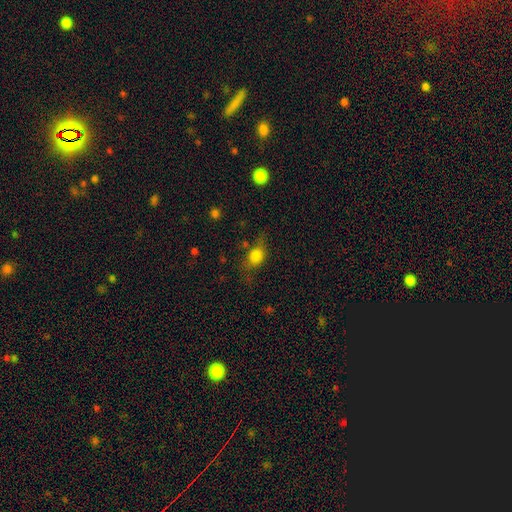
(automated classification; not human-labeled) Morphology: type=smooth (72%); roundness=in between (50%); merging=none (56%).